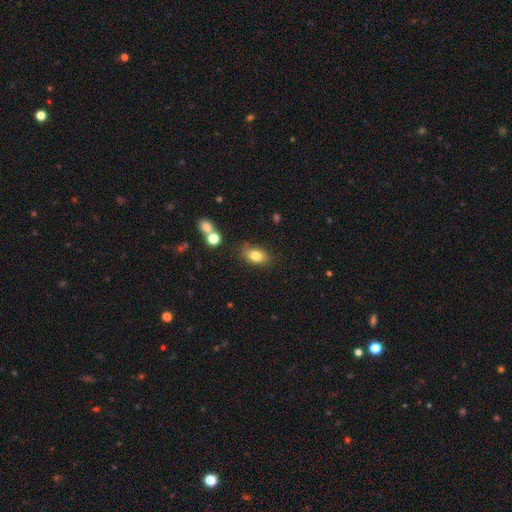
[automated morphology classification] smooth_or_featured: smooth (p=0.80) [alt: featured or disk p=0.10]
how_rounded: in between (p=0.85) [alt: round p=0.13]
merging: none (p=0.75) [alt: minor disturbance p=0.15]